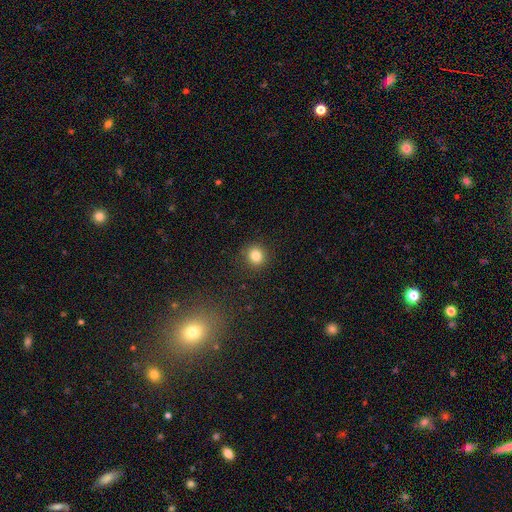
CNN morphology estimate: Smooth or featured: smooth — 83% (star or artifact — 12%)
How rounded: round — 87% (in between — 12%)
Merging: none — 90% (minor disturbance — 7%)